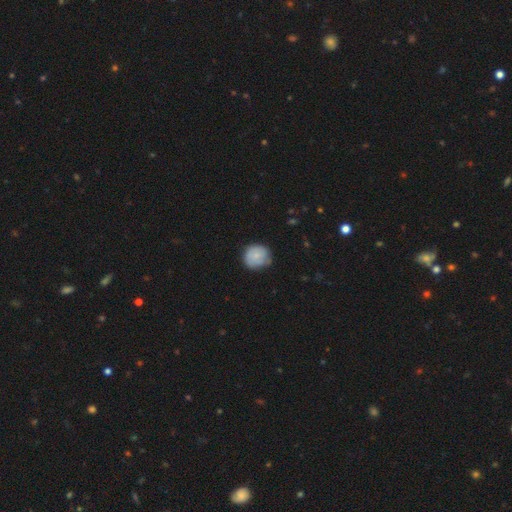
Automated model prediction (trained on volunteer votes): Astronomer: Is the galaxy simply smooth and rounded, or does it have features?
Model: smooth — 75%.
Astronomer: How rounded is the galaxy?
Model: round — 86%.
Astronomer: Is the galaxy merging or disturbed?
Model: none — 67%.